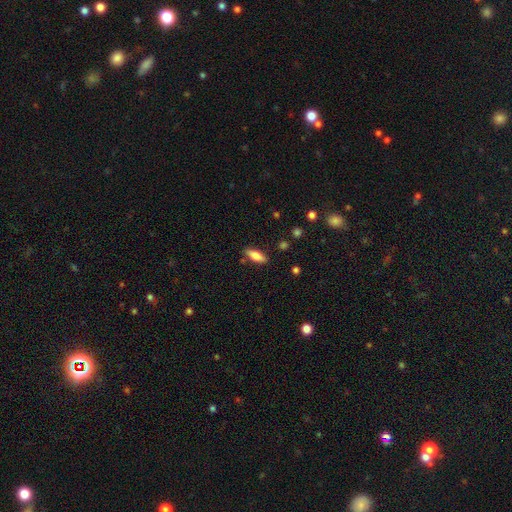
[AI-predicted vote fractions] Q: Smooth or featured?
A: smooth (76%); runner-up: featured or disk (17%)
Q: How rounded?
A: in between (69%); runner-up: cigar-shaped (29%)
Q: Merging?
A: none (84%); runner-up: minor disturbance (12%)